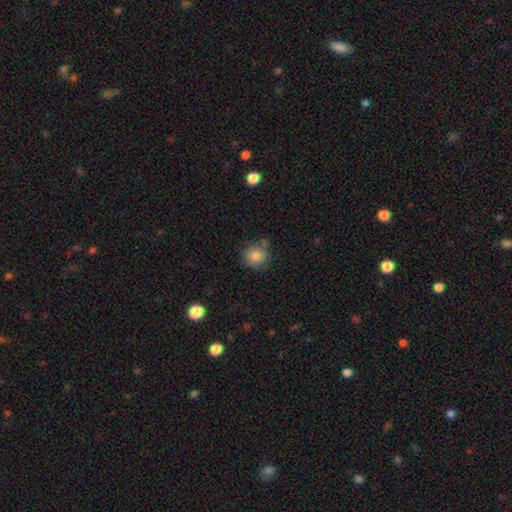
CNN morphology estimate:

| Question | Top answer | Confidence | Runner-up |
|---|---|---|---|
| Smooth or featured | smooth | 85% | star or artifact (9%) |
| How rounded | round | 89% | in between (10%) |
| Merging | none | 75% | minor disturbance (15%) |